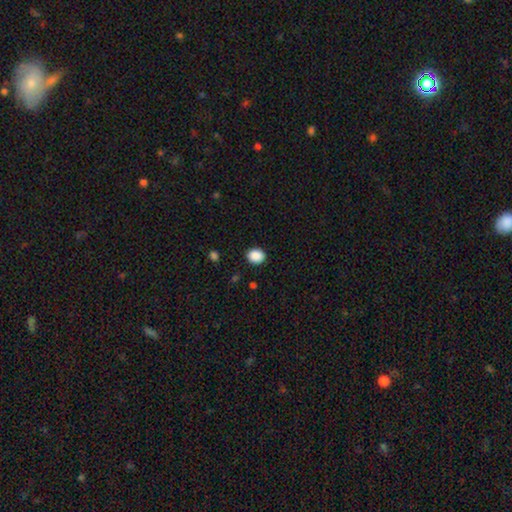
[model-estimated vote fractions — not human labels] A smooth galaxy with no disk features (89%) that is round (53%). Merging: none (89%).